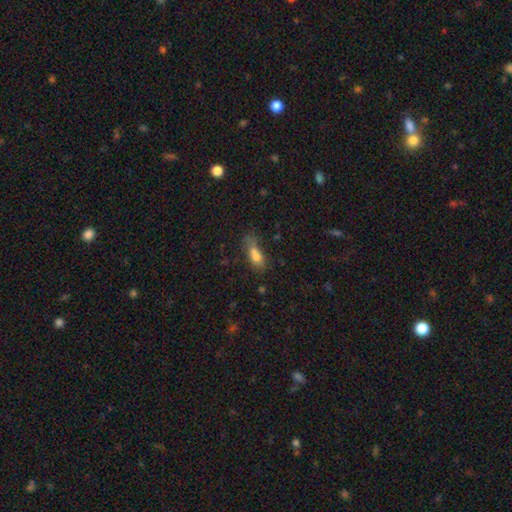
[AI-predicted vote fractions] Smooth or featured? Predicted: smooth (p=0.74). How rounded? Predicted: in between (p=0.69). Merging? Predicted: none (p=0.36).